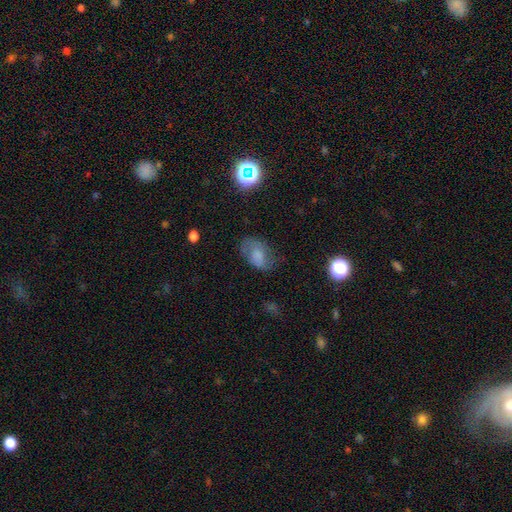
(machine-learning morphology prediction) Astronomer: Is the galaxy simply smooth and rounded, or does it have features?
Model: smooth — 55%.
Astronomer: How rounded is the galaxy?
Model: in between — 80%.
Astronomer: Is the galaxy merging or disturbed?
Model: none — 62%.